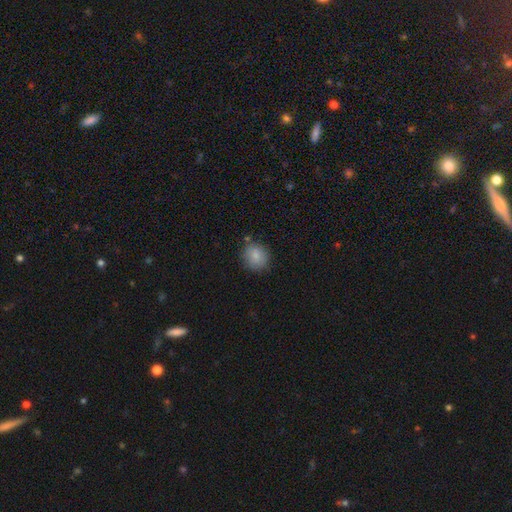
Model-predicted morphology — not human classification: Smooth or featured? smooth (85%)
How rounded? round (79%)
Merging? none (80%)